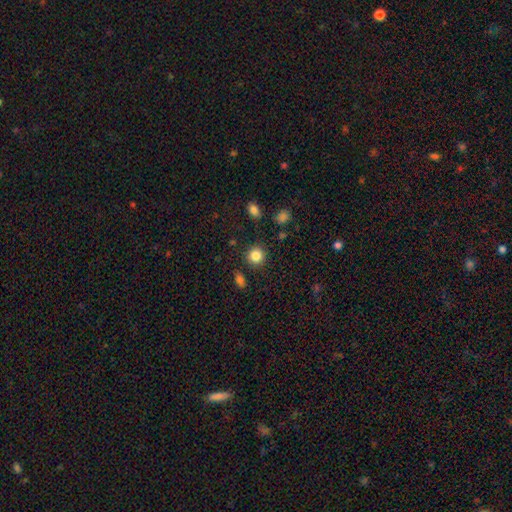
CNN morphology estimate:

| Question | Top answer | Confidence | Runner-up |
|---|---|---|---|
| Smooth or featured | smooth | 85% | star or artifact (10%) |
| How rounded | round | 90% | in between (9%) |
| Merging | none | 88% | minor disturbance (7%) |